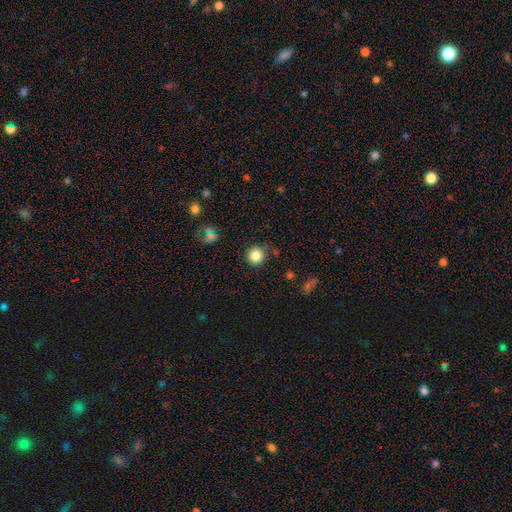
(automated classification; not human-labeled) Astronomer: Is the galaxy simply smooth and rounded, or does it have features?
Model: smooth — 84%.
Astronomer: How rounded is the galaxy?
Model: round — 94%.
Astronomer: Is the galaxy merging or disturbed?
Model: none — 86%.